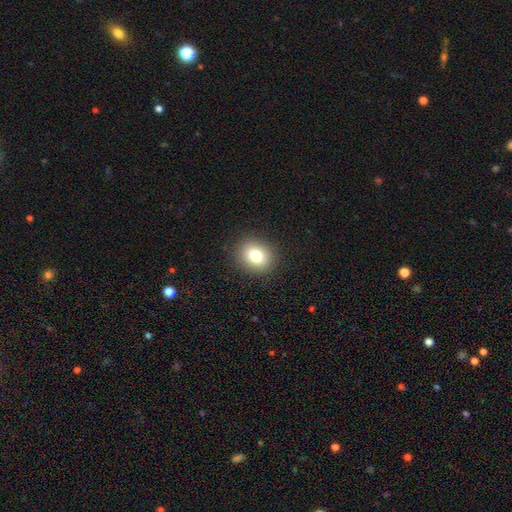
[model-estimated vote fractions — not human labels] Smooth or featured?
  - smooth: 79% *
  - star or artifact: 11%
  - featured or disk: 10%
How rounded?
  - round: 63% *
  - in between: 36%
  - cigar-shaped: 1%
Merging?
  - none: 90% *
  - minor disturbance: 7%
  - major disturbance: 2%
  - merger: 1%